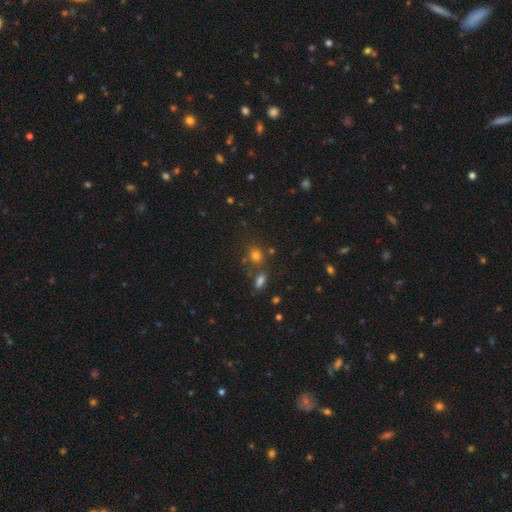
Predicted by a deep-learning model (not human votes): smooth_or_featured: smooth (p=0.69) [alt: star or artifact p=0.23]
how_rounded: round (p=0.67) [alt: in between p=0.31]
merging: none (p=0.67) [alt: merger p=0.19]